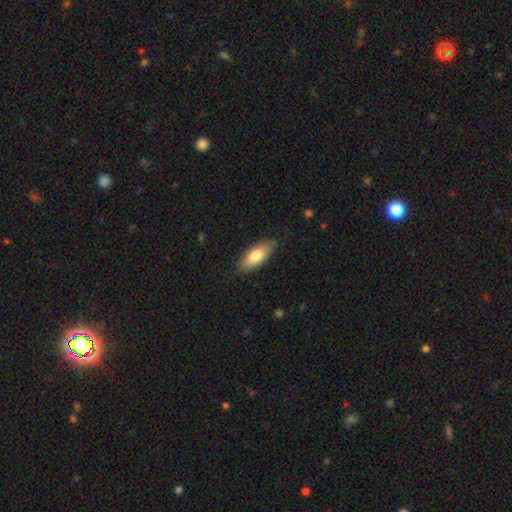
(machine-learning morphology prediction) type=smooth (78%); roundness=in between (77%); merging=none (84%).